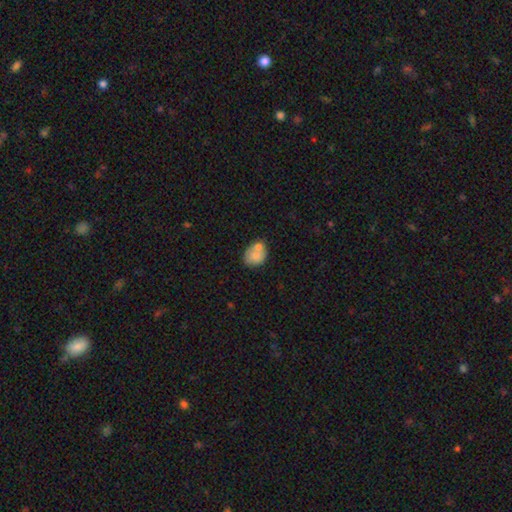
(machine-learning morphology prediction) smooth_or_featured: smooth (p=0.71) [alt: featured or disk p=0.21]
how_rounded: round (p=0.50) [alt: in between p=0.49]
merging: none (p=0.40) [alt: merger p=0.39]